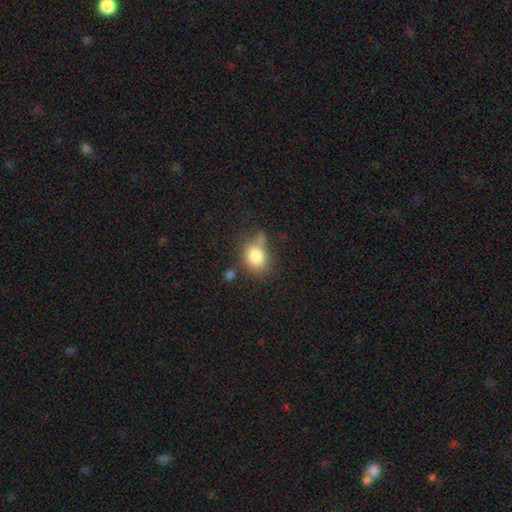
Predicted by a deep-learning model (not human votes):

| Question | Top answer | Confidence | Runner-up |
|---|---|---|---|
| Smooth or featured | smooth | 82% | star or artifact (9%) |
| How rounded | round | 50% | in between (49%) |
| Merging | none | 54% | minor disturbance (22%) |